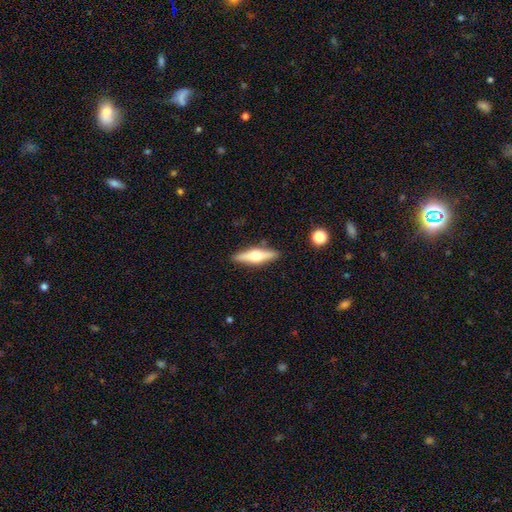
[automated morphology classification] smooth-or-featured: featured or disk: 59% | smooth: 35% | star or artifact: 6%
  disk-edge-on: yes: 95% | no: 5%
    edge-on-bulge: rounded: 94% | boxy: 4% | none: 2%
  merging: none: 88% | minor disturbance: 9% | major disturbance: 2% | merger: 2%